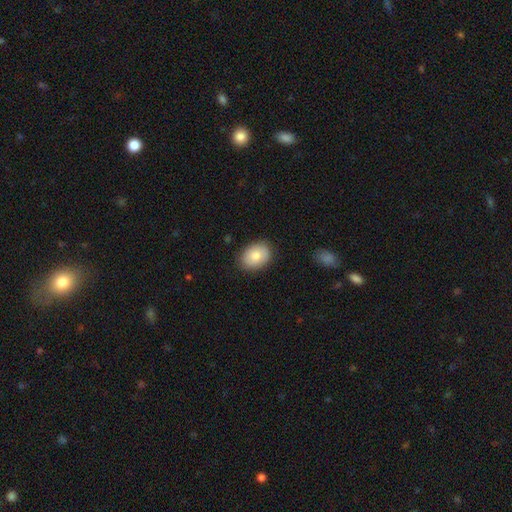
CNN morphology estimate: Smooth or featured? smooth (80%)
How rounded? in between (70%)
Merging? none (85%)